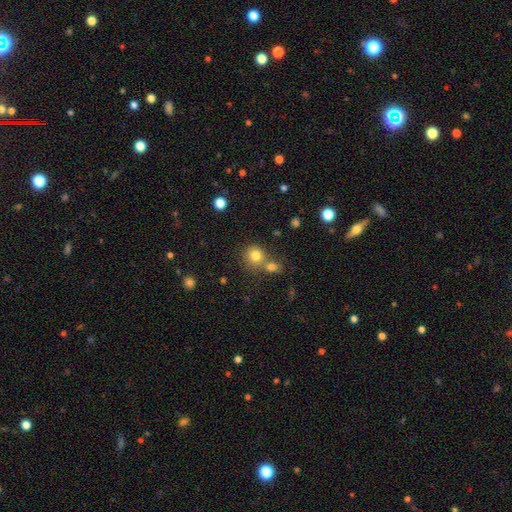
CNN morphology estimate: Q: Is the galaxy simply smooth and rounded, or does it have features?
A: smooth — 80%.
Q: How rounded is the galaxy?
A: round — 86%.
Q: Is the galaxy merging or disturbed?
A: none — 58%.